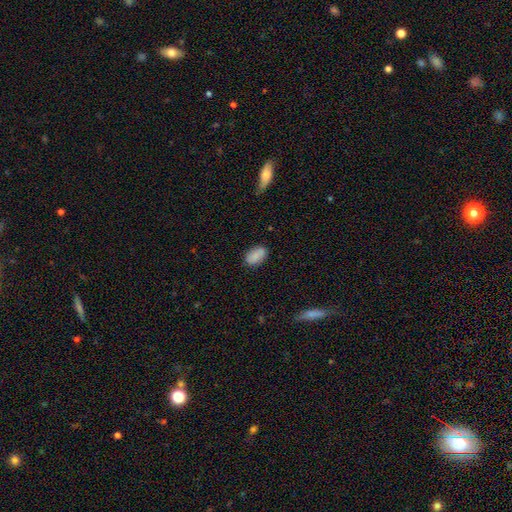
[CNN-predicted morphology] Smooth or featured: smooth — 84% (featured or disk — 9%)
How rounded: in between — 92% (round — 7%)
Merging: none — 82% (minor disturbance — 13%)